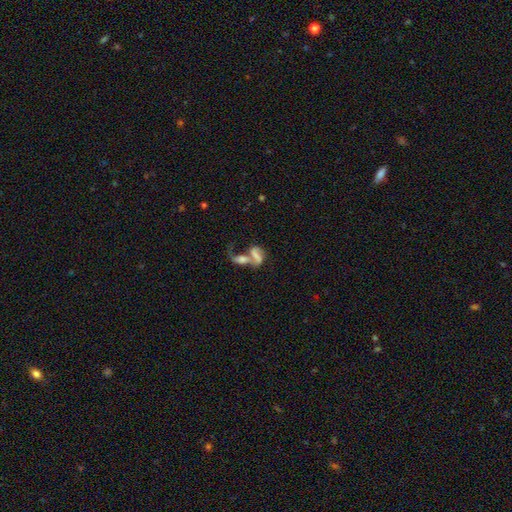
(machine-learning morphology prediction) A featured or disk galaxy (50%). Merging: merger (69%).